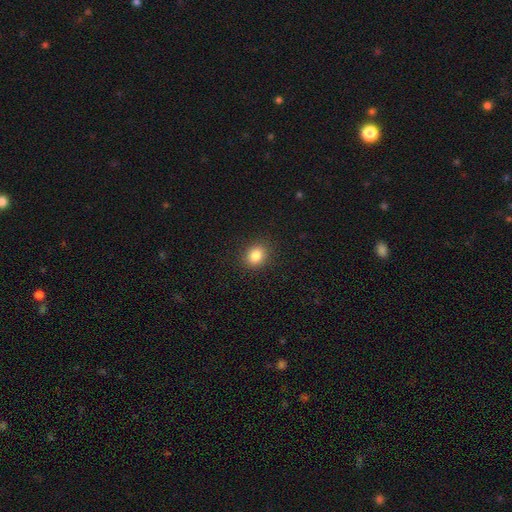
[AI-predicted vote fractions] Q: Smooth or featured?
A: smooth (84%); runner-up: star or artifact (11%)
Q: How rounded?
A: round (64%); runner-up: in between (36%)
Q: Merging?
A: none (89%); runner-up: minor disturbance (7%)